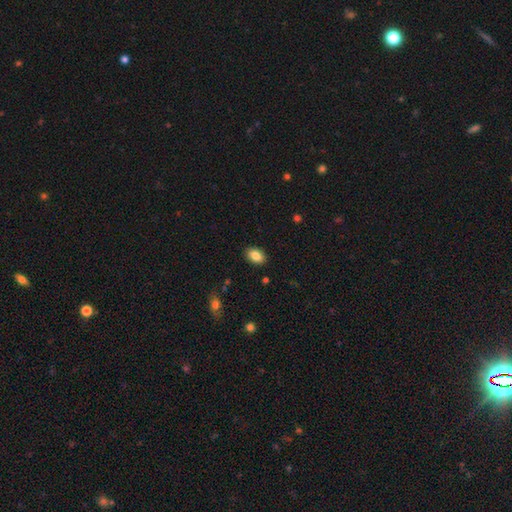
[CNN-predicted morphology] A smooth galaxy with no disk features (85%) that is in between round and cigar-shaped (87%). Merging: none (89%).